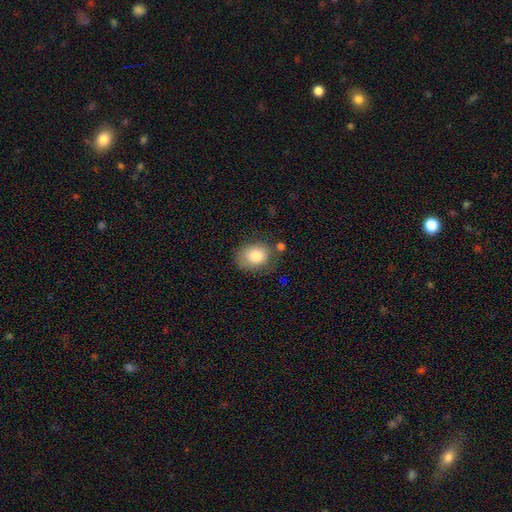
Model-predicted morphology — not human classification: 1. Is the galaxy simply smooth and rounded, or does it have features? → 82% smooth, 10% featured or disk, 8% star or artifact.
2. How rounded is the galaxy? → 58% in between, 41% round, 1% cigar-shaped.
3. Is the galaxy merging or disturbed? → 67% none, 20% minor disturbance, 7% major disturbance, 6% merger.